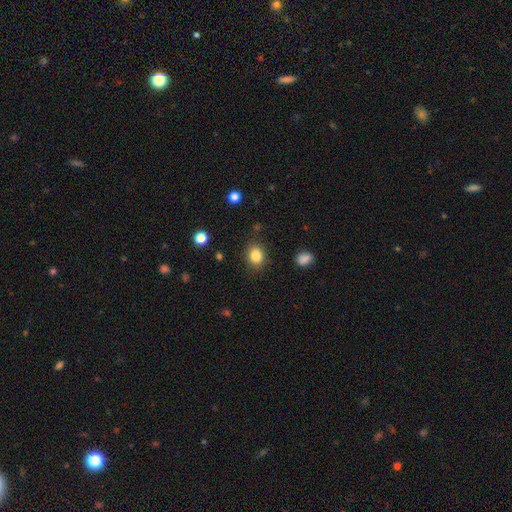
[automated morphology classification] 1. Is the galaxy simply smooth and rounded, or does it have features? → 84% smooth, 11% star or artifact, 6% featured or disk.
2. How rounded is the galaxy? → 56% round, 43% in between, 1% cigar-shaped.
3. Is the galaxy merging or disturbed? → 85% none, 10% minor disturbance, 3% major disturbance, 2% merger.